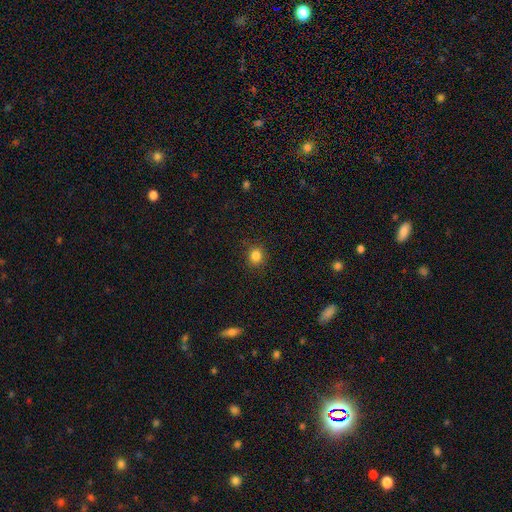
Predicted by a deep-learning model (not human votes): Smooth or featured?
  - smooth: 84% *
  - star or artifact: 12%
  - featured or disk: 4%
How rounded?
  - round: 82% *
  - in between: 18%
  - cigar-shaped: 1%
Merging?
  - none: 89% *
  - minor disturbance: 8%
  - major disturbance: 2%
  - merger: 1%